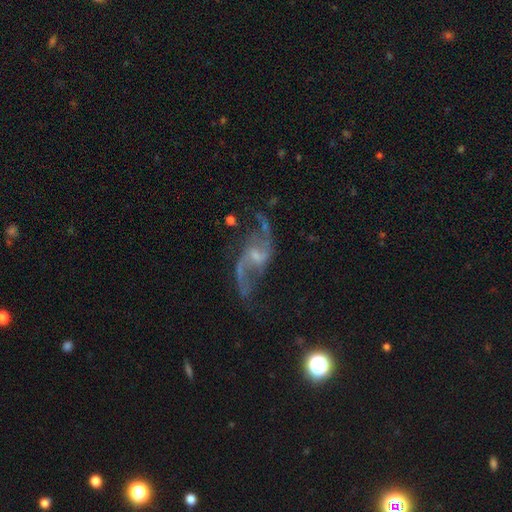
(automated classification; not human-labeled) Q: Smooth or featured?
A: featured or disk (89%); runner-up: star or artifact (6%)
Q: Edge-on disk?
A: no (97%); runner-up: yes (3%)
Q: Bar?
A: weak (56%); runner-up: no (29%)
Q: Spiral arms?
A: yes (95%); runner-up: no (5%)
Q: Spiral winding?
A: loose (81%); runner-up: medium (15%)
Q: Spiral arm count?
A: 2 (92%); runner-up: can't tell (2%)
Q: Bulge size?
A: small (53%); runner-up: moderate (26%)
Q: Merging?
A: none (64%); runner-up: minor disturbance (17%)